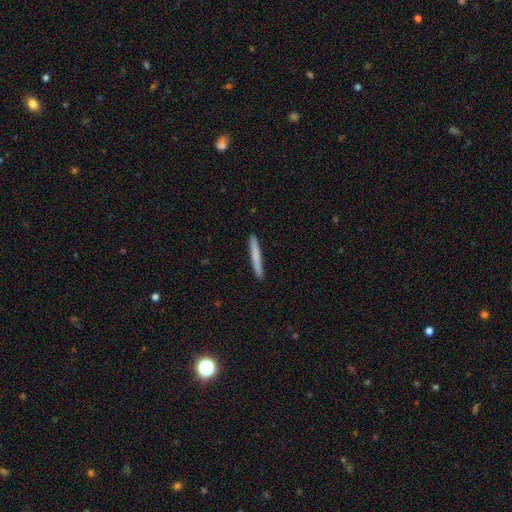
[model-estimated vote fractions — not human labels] Smooth or featured: smooth — 71% (featured or disk — 23%)
How rounded: cigar-shaped — 97% (in between — 2%)
Merging: none — 91% (minor disturbance — 7%)